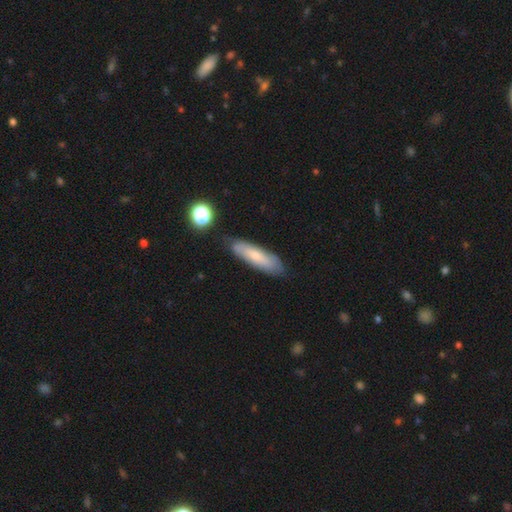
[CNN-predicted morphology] This is likely a smooth galaxy (66%). How rounded: likely cigar-shaped (64%). Merging: likely none (80%).